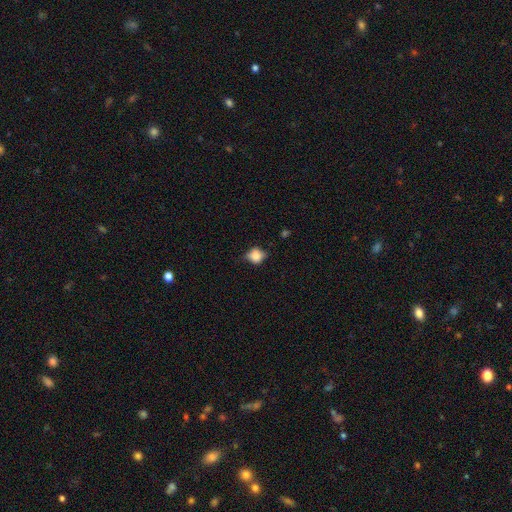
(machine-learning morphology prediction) smooth-or-featured: smooth: 75% | featured or disk: 15% | star or artifact: 10%
  how-rounded: round: 69% | in between: 30% | cigar-shaped: 2%
  merging: none: 62% | minor disturbance: 29% | major disturbance: 7% | merger: 2%